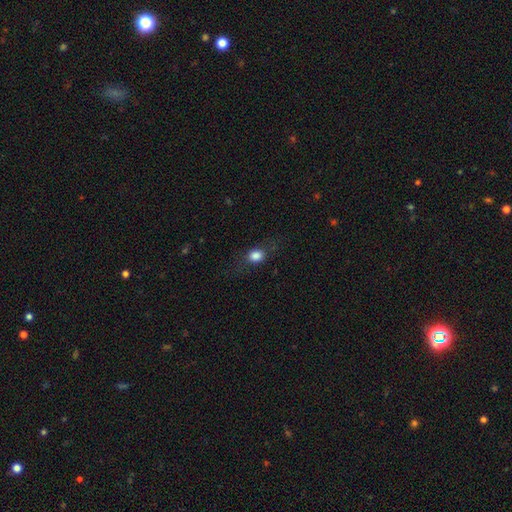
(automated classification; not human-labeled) Smooth or featured? smooth (79%)
How rounded? round (51%)
Merging? none (74%)